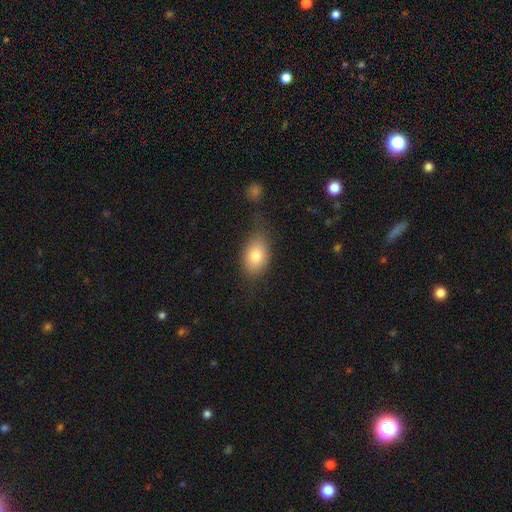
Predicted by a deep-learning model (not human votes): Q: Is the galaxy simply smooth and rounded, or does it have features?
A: smooth — 78%.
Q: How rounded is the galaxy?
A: in between — 85%.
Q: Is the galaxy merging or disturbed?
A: none — 61%.